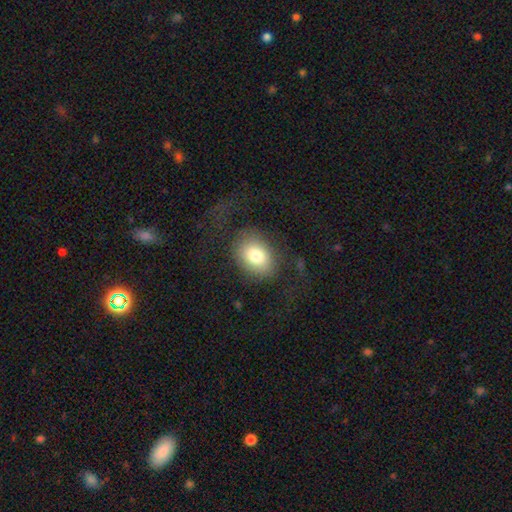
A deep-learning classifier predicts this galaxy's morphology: smooth-or-featured: smooth: 77% | featured or disk: 15% | star or artifact: 8%
  how-rounded: in between: 70% | round: 29% | cigar-shaped: 1%
  merging: none: 62% | major disturbance: 21% | minor disturbance: 16% | merger: 2%